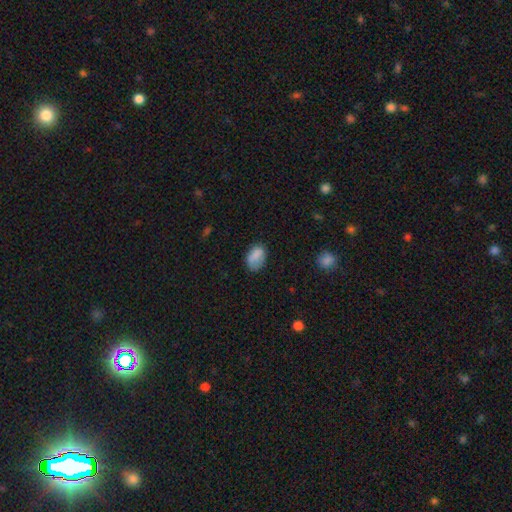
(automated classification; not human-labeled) Smooth or featured: smooth — 81% (featured or disk — 10%)
How rounded: in between — 89% (round — 9%)
Merging: none — 63% (minor disturbance — 26%)